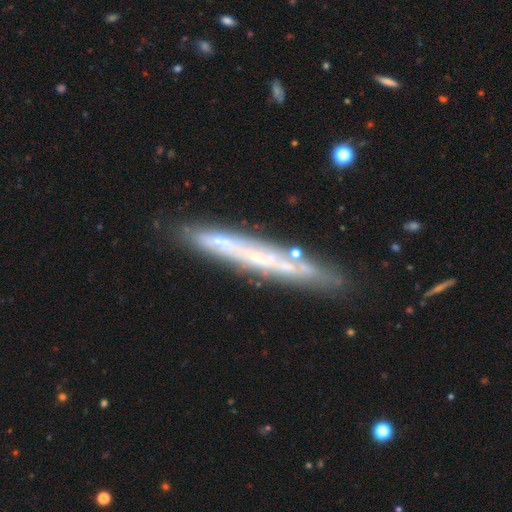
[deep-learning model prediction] featured or disk 65%, smooth 28%, star or artifact 7%. Down the decision tree: edge-on disk — yes (84%); edge-on bulge — none (84%); merging — none (80%).